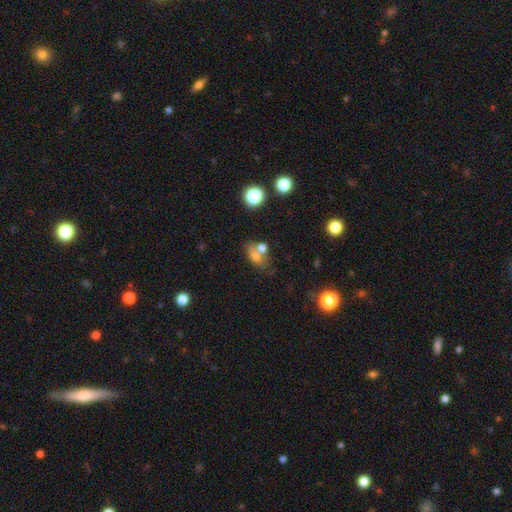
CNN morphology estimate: Smooth or featured: smooth — 65% (featured or disk — 21%)
How rounded: in between — 69% (round — 28%)
Merging: merger — 44% (none — 36%)